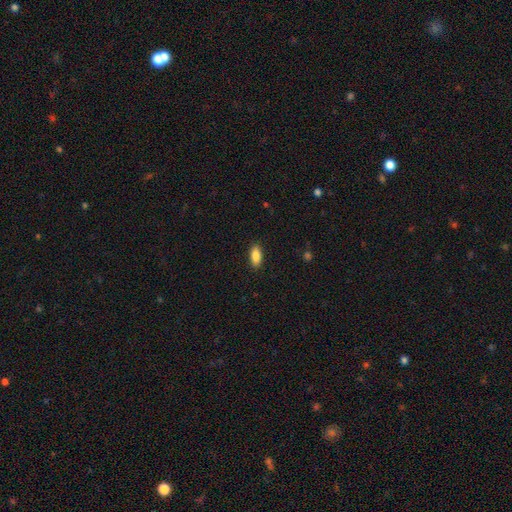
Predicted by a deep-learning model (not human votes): The model was most divided on "how rounded": in between: 86%, cigar-shaped: 12%, round: 2%. More confident: merging — none (89%); smooth or featured — smooth (88%).